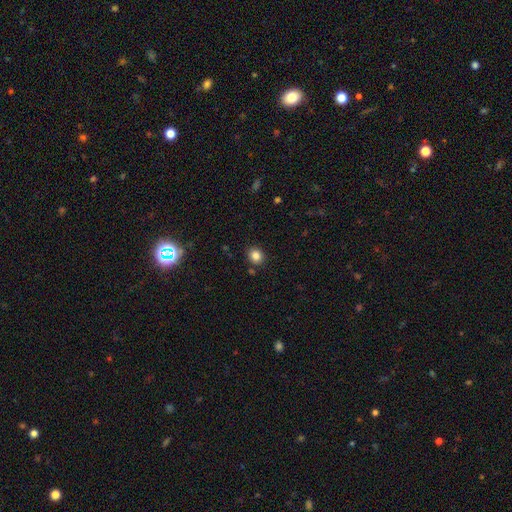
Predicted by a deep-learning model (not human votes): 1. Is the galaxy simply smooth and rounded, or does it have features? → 83% smooth, 11% star or artifact, 5% featured or disk.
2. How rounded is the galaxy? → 70% round, 29% in between, 1% cigar-shaped.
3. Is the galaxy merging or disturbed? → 86% none, 8% minor disturbance, 3% merger, 2% major disturbance.